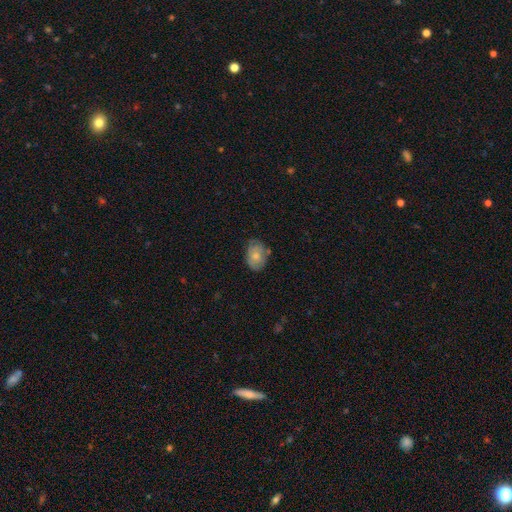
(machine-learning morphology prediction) smooth_or_featured: smooth (p=0.69) [alt: featured or disk p=0.24]
how_rounded: in between (p=0.76) [alt: round p=0.23]
merging: none (p=0.67) [alt: minor disturbance p=0.25]